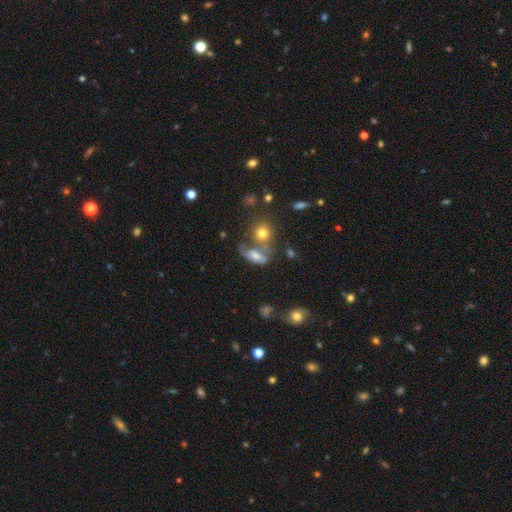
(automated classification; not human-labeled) A smooth galaxy with no disk features (60%) that is in between round and cigar-shaped (75%).

Vote fractions:
- Smooth or featured? smooth: 60% / featured or disk: 27% / star or artifact: 13%
- How rounded? in between: 75% / round: 13% / cigar-shaped: 12%
- Merging? merger: 37% / none: 29% / minor disturbance: 18% / major disturbance: 16%